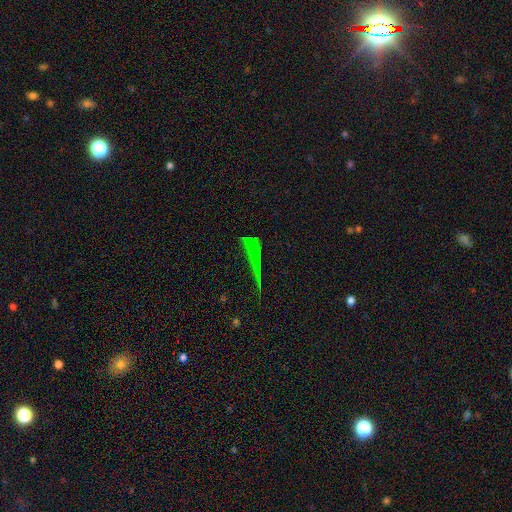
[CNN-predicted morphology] Smooth or featured: star or artifact — 43% (smooth — 30%)